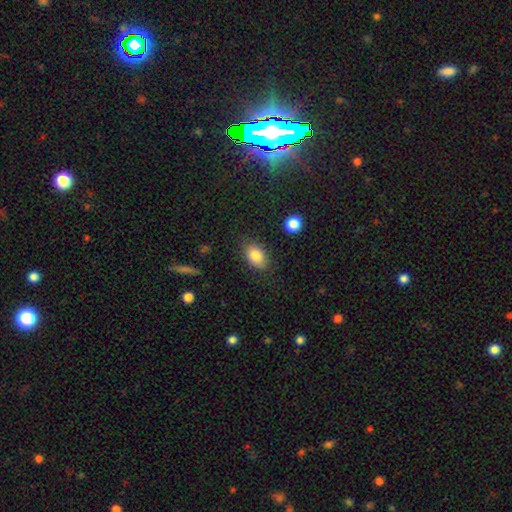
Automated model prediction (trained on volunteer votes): Morphology: type=smooth (82%); roundness=in between (85%); merging=none (81%).